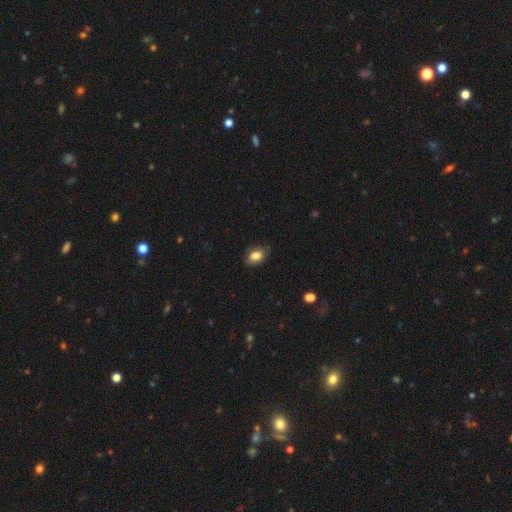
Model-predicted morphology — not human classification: This is clearly a smooth galaxy (83%). How rounded: likely in between (78%). Merging: likely none (79%).